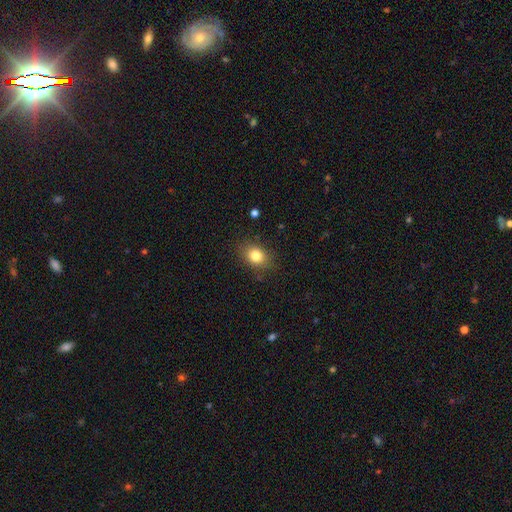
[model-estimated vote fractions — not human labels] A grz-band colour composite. It shows a smooth galaxy with no disk features (82%) that is in between round and cigar-shaped (53%). Merging: none (83%).